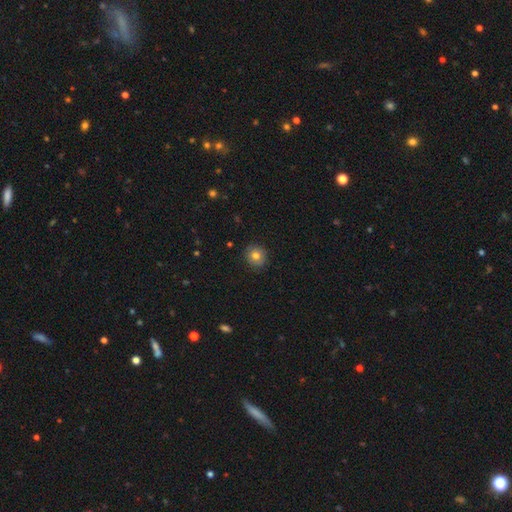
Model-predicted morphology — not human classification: This is likely a smooth galaxy (78%). How rounded: clearly round (87%). Merging: clearly none (88%).